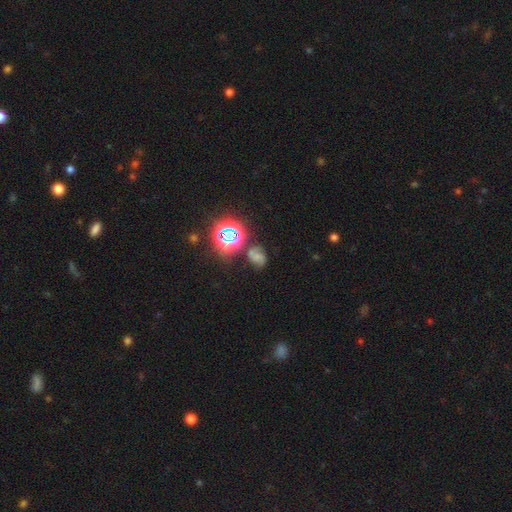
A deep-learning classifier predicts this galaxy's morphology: smooth_or_featured: smooth (p=0.38) [alt: featured or disk p=0.34]
merging: none (p=0.54) [alt: minor disturbance p=0.23]